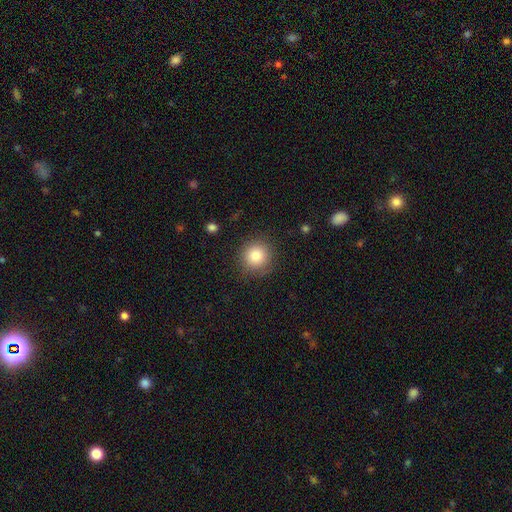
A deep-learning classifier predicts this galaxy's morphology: Smooth or featured?
  - smooth: 82% *
  - star or artifact: 10%
  - featured or disk: 8%
How rounded?
  - round: 91% *
  - in between: 8%
  - cigar-shaped: 1%
Merging?
  - none: 87% *
  - minor disturbance: 9%
  - major disturbance: 3%
  - merger: 1%